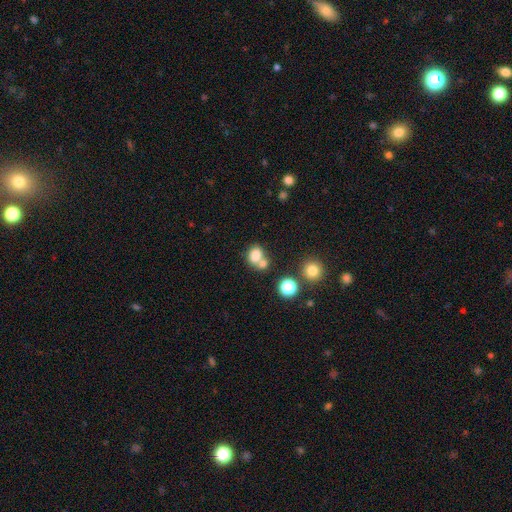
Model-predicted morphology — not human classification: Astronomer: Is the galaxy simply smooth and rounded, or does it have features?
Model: smooth — 77%.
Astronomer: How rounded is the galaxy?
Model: in between — 53% (runner-up: round, 46%).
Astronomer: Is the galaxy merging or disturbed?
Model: merger — 44% (runner-up: none, 41%).